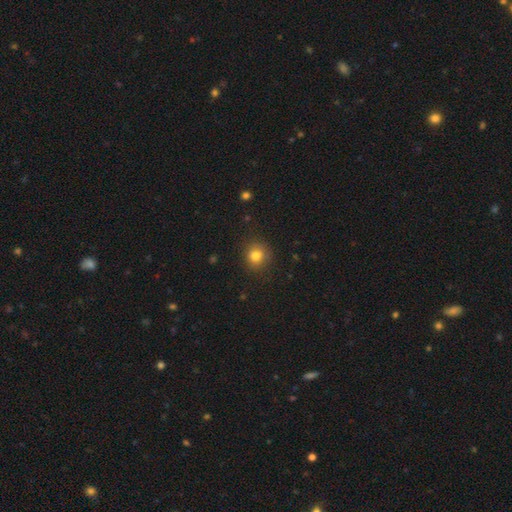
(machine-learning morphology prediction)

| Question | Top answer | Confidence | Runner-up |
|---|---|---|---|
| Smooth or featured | smooth | 82% | star or artifact (12%) |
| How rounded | round | 86% | in between (13%) |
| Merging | none | 86% | minor disturbance (10%) |